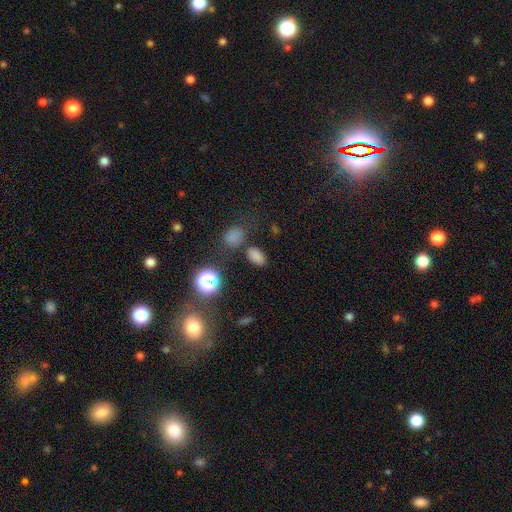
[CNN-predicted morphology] Smooth or featured? Predicted: smooth (p=0.76). How rounded? Predicted: in between (p=0.87). Merging? Predicted: none (p=0.75).